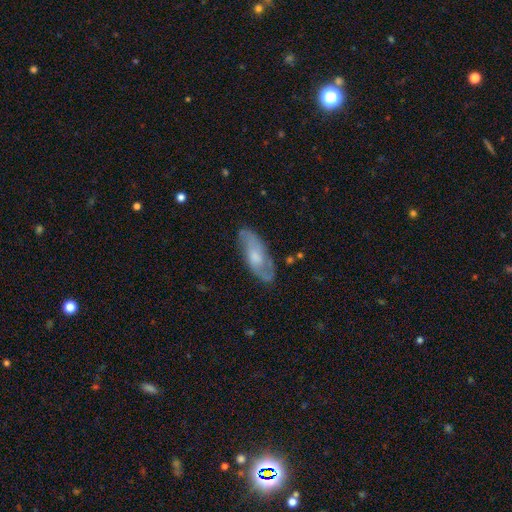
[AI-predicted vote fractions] Smooth or featured? featured or disk (58%)
Edge-on disk? no (82%)
Merging? none (73%)